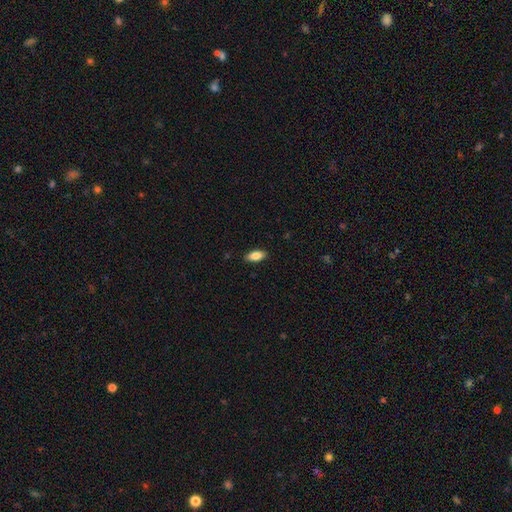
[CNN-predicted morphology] smooth_or_featured: smooth (p=0.84) [alt: featured or disk p=0.09]
how_rounded: in between (p=0.87) [alt: cigar-shaped p=0.10]
merging: none (p=0.88) [alt: minor disturbance p=0.09]